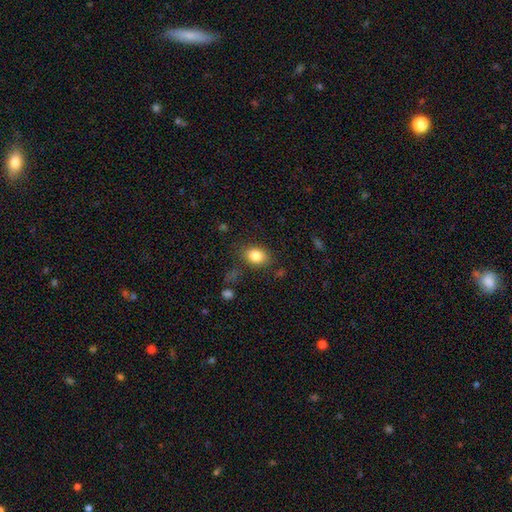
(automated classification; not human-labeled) smooth_or_featured: smooth (p=0.83) [alt: star or artifact p=0.09]
how_rounded: in between (p=0.71) [alt: round p=0.27]
merging: none (p=0.80) [alt: minor disturbance p=0.13]